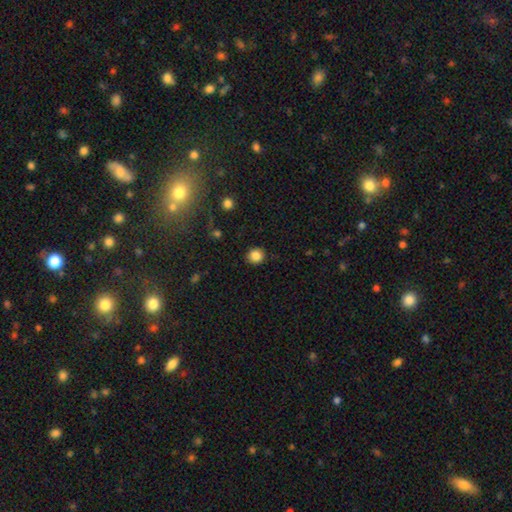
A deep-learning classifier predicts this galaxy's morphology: A smooth galaxy with no disk features (85%) that is round (87%). Merging: none (90%).